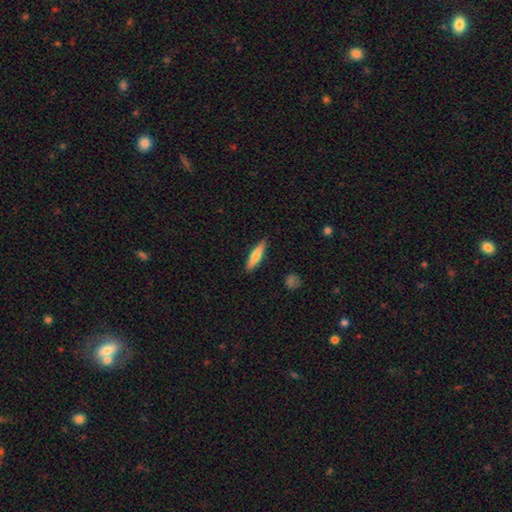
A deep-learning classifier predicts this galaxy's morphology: type=smooth (70%); roundness=cigar-shaped (73%); merging=none (89%).